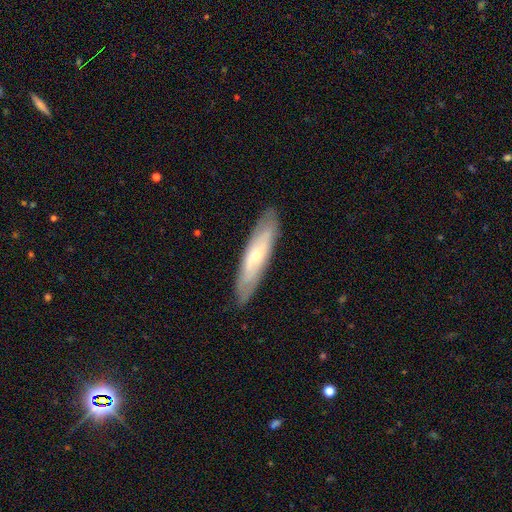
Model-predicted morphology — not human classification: smooth-or-featured: featured or disk: 56% | smooth: 38% | star or artifact: 6%
  disk-edge-on: no: 54% | yes: 46%
  merging: none: 85% | minor disturbance: 11% | major disturbance: 2% | merger: 1%